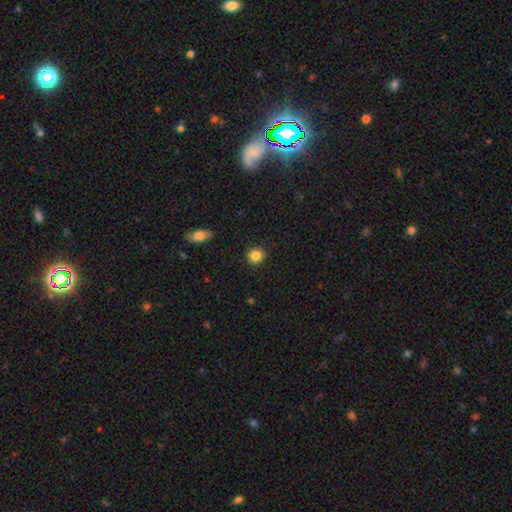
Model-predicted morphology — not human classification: This appears to be a smooth galaxy with no disk features (85%) that is round (90%). Merging: none (91%).